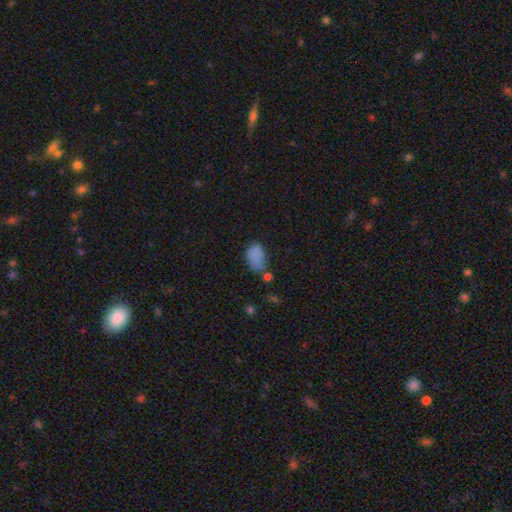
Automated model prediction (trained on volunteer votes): smooth 78%, star or artifact 12%, featured or disk 9%. Down the decision tree: how rounded — in between (84%); merging — none (38%).